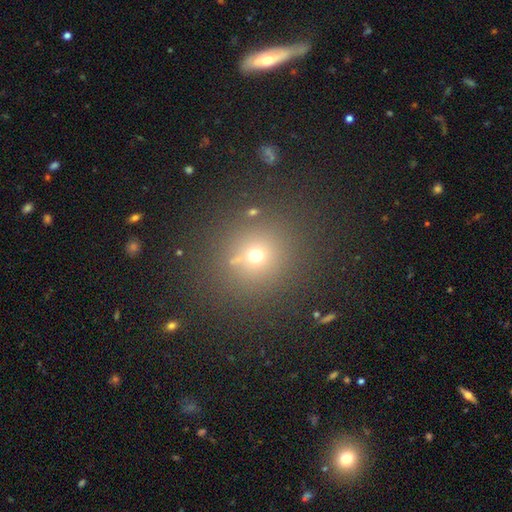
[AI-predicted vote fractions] Overall: smooth (63%; star or artifact 26%). How rounded: round (90%). Merging: none (83%).